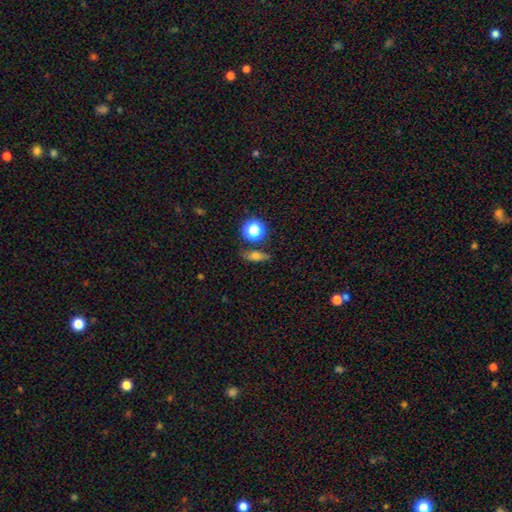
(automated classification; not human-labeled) Smooth or featured: smooth — 62% (featured or disk — 21%)
How rounded: in between — 49% (cigar-shaped — 29%)
Merging: none — 77% (minor disturbance — 15%)